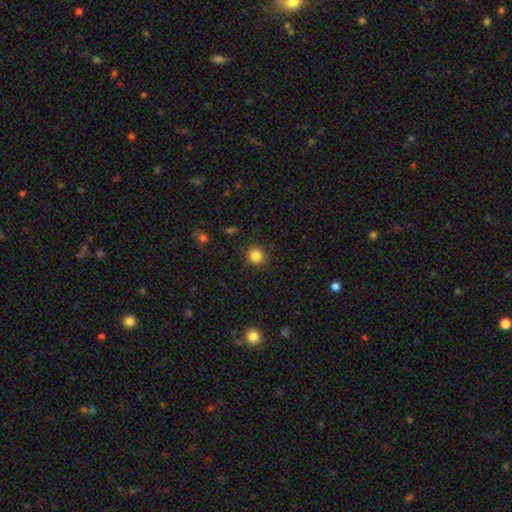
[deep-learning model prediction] smooth_or_featured: smooth (p=0.85) [alt: star or artifact p=0.11]
how_rounded: round (p=0.91) [alt: in between p=0.08]
merging: none (p=0.90) [alt: minor disturbance p=0.07]